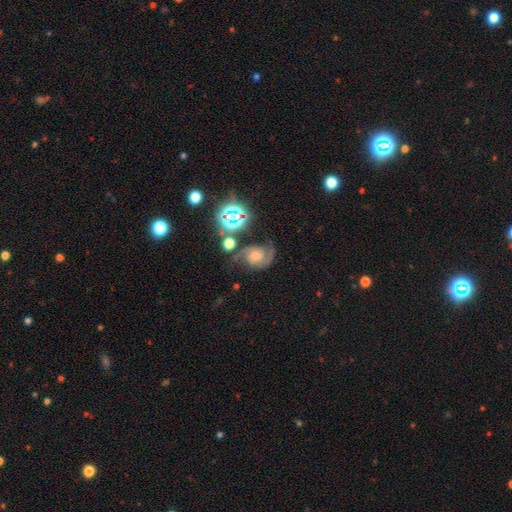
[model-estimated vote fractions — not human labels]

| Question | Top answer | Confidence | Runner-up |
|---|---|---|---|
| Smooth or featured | featured or disk | 68% | star or artifact (20%) |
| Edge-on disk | no | 97% | yes (3%) |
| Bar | no | 64% | weak (29%) |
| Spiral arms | yes | 95% | no (5%) |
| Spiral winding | medium | 50% | tight (34%) |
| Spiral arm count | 2 | 81% | can't tell (7%) |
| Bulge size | moderate | 49% | small (26%) |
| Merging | none | 62% | minor disturbance (19%) |